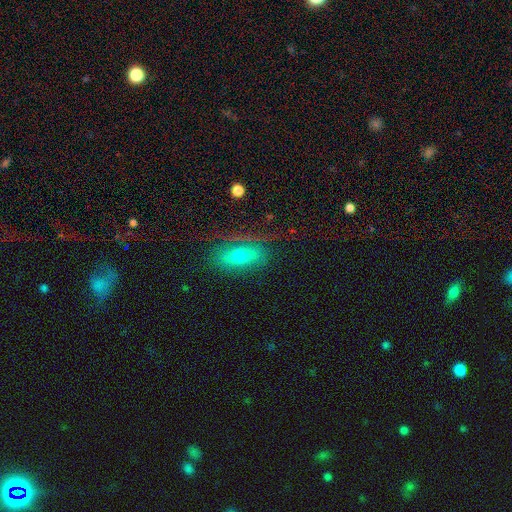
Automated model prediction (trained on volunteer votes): Smooth or featured?
  - smooth: 38% *
  - featured or disk: 35%
  - star or artifact: 27%
Merging?
  - none: 74% *
  - minor disturbance: 16%
  - major disturbance: 8%
  - merger: 2%